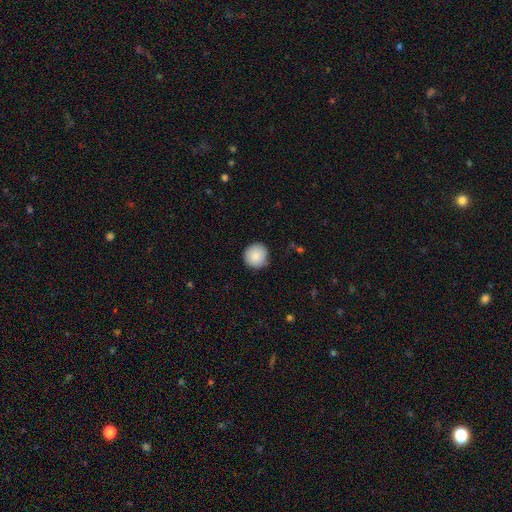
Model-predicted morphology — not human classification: A smooth galaxy with no disk features (87%) that is round (94%). Merging: none (87%).